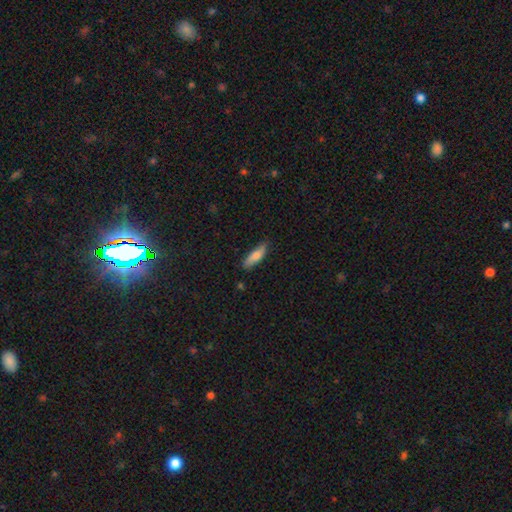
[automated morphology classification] Overall: smooth (76%). How rounded: cigar-shaped (58%; in between 40%). Merging: none (78%).